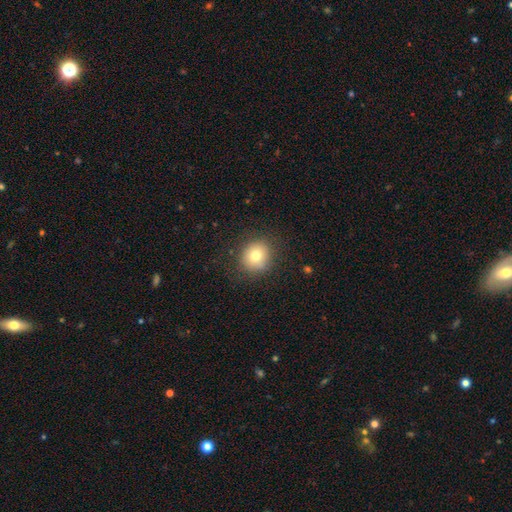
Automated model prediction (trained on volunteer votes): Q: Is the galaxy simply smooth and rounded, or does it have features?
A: smooth — 77%.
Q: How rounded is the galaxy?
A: round — 87%.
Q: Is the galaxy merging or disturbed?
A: none — 86%.